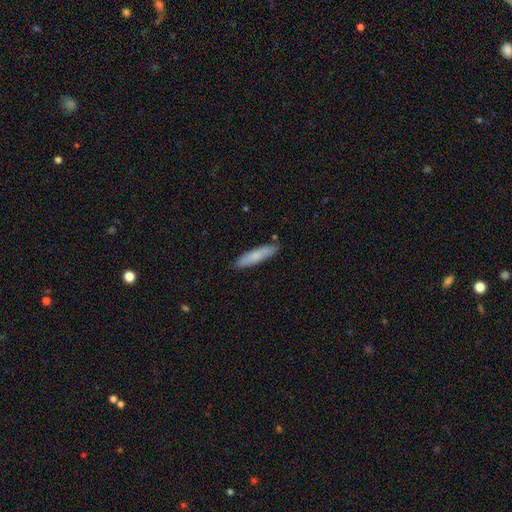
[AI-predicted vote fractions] smooth_or_featured: smooth (p=0.77) [alt: featured or disk p=0.17]
how_rounded: cigar-shaped (p=0.80) [alt: in between p=0.18]
merging: none (p=0.87) [alt: minor disturbance p=0.10]